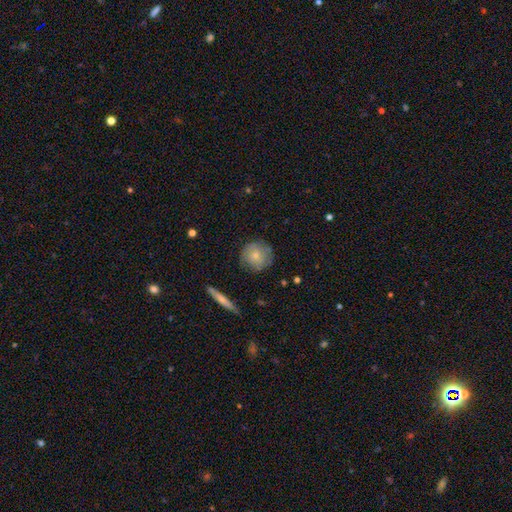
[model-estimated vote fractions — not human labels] This appears to be a smooth galaxy with no disk features (71%) that is round (92%). Merging: none (79%).